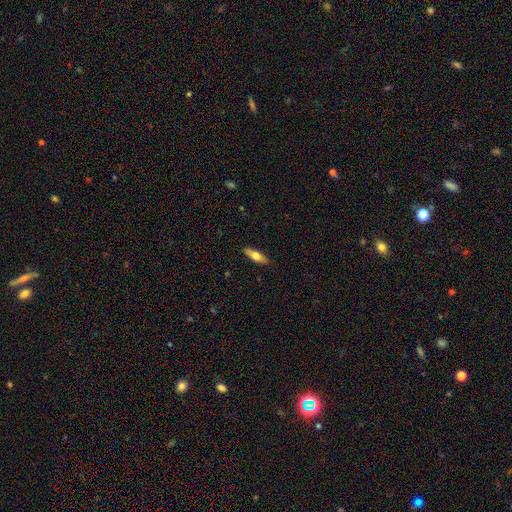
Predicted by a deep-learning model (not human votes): Smooth or featured? smooth (63%)
How rounded? in between (54%)
Merging? none (89%)